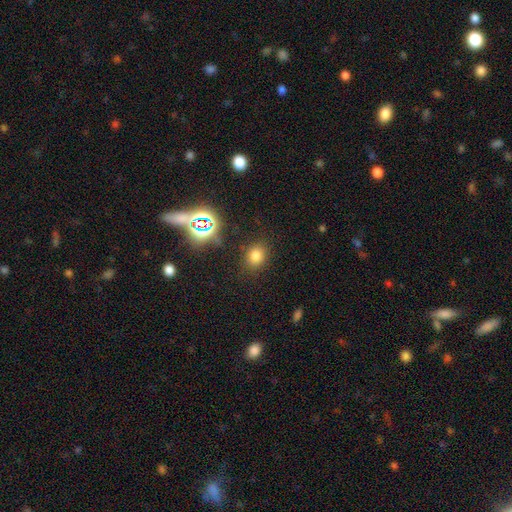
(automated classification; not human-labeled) Smooth or featured: smooth — 72% (star or artifact — 21%)
How rounded: round — 55% (in between — 44%)
Merging: none — 83% (minor disturbance — 11%)